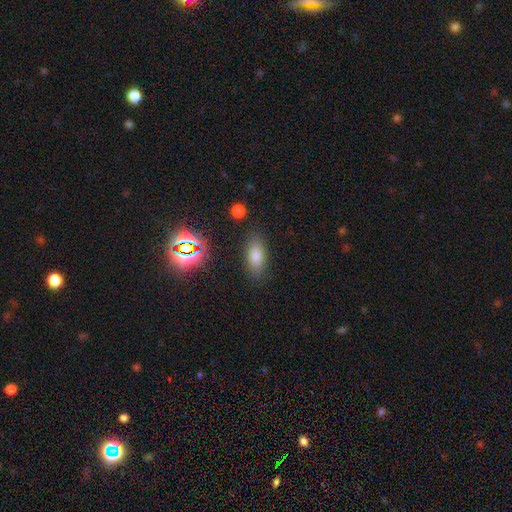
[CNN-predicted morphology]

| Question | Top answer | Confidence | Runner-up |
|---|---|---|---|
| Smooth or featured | smooth | 71% | star or artifact (18%) |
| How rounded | in between | 78% | cigar-shaped (17%) |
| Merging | none | 85% | minor disturbance (10%) |